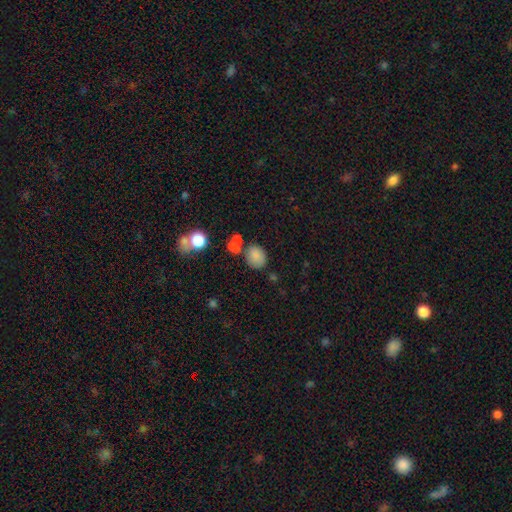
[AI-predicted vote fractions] Overall: smooth (81%). How rounded: in between (52%; round 47%). Merging: none (64%).